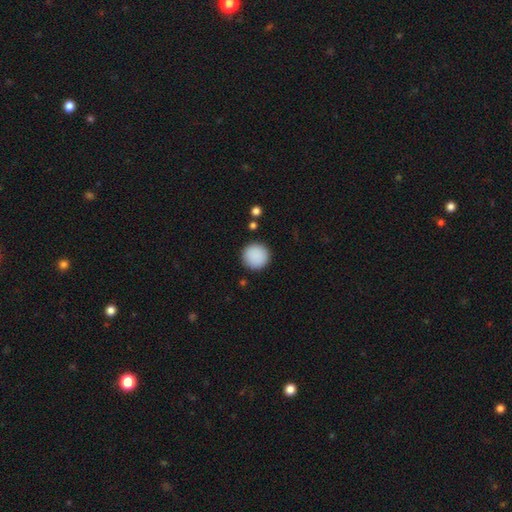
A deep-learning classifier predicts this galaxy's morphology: A smooth galaxy with no disk features (90%) that is round (96%). Merging: none (92%).